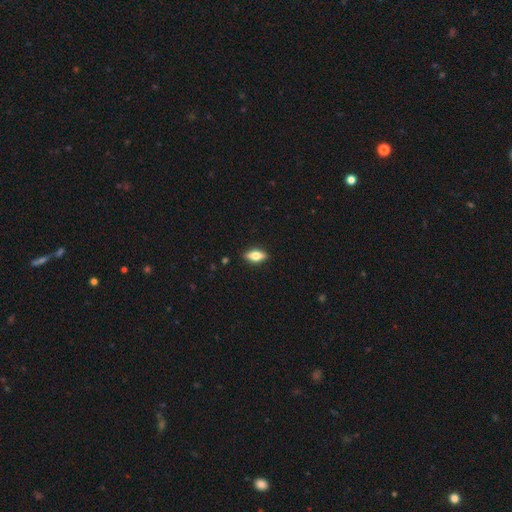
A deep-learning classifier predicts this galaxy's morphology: A smooth galaxy with no disk features (60%) that is in between round and cigar-shaped (79%).

Vote fractions:
- Smooth or featured? smooth: 60% / featured or disk: 32% / star or artifact: 7%
- How rounded? in between: 79% / cigar-shaped: 17% / round: 4%
- Merging? none: 88% / minor disturbance: 9% / major disturbance: 2% / merger: 1%